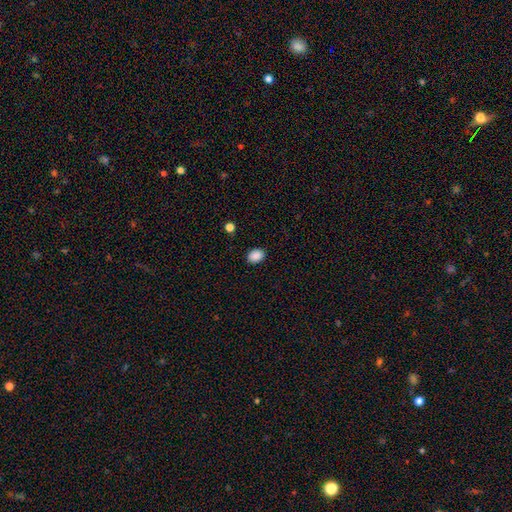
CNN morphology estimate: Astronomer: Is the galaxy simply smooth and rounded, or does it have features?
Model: smooth — 89%.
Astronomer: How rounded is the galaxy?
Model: in between — 68%.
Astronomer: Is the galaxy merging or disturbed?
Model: none — 89%.